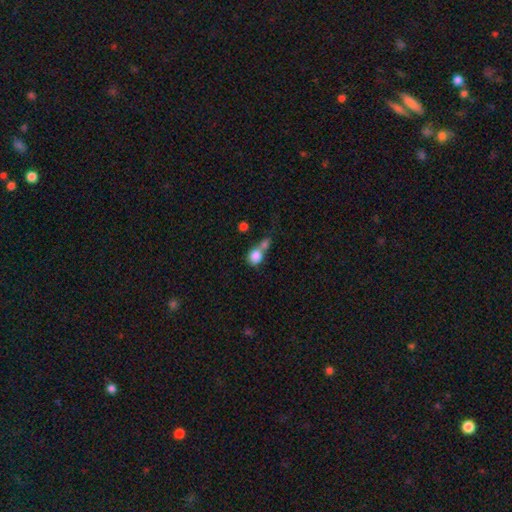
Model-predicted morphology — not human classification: This appears to be a smooth galaxy with no disk features (82%) that is round (71%). Merging: merger (55%).